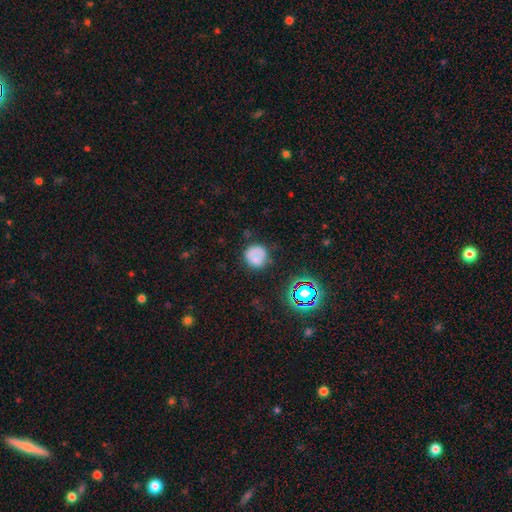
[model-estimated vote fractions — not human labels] This appears to be a smooth galaxy with no disk features (68%) that is round (88%). Merging: none (73%).